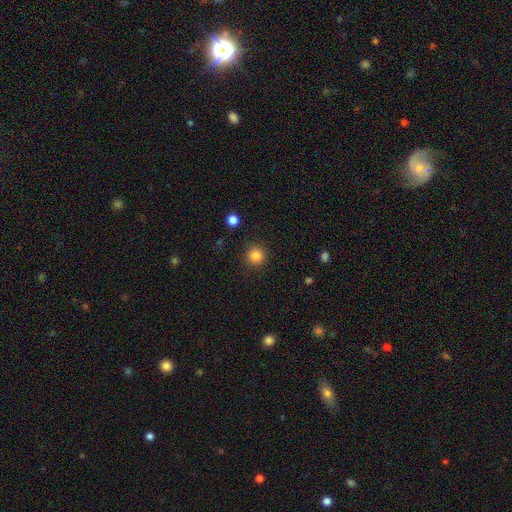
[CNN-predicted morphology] Smooth or featured?
  - smooth: 84% *
  - star or artifact: 11%
  - featured or disk: 4%
How rounded?
  - round: 95% *
  - in between: 4%
  - cigar-shaped: 1%
Merging?
  - none: 90% *
  - minor disturbance: 6%
  - major disturbance: 2%
  - merger: 1%